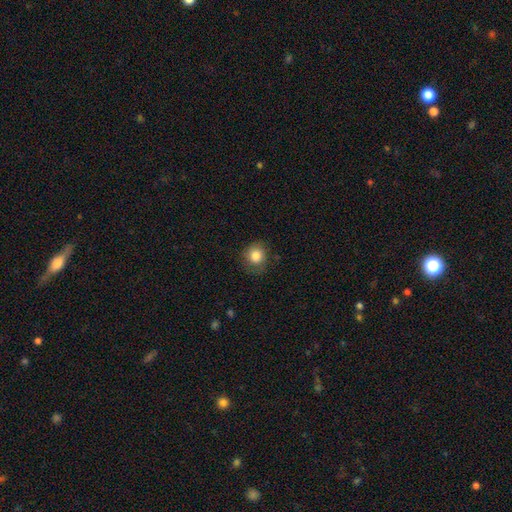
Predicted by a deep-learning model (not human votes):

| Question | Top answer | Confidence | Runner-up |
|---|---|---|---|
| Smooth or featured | smooth | 83% | star or artifact (9%) |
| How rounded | round | 80% | in between (19%) |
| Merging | none | 76% | minor disturbance (18%) |